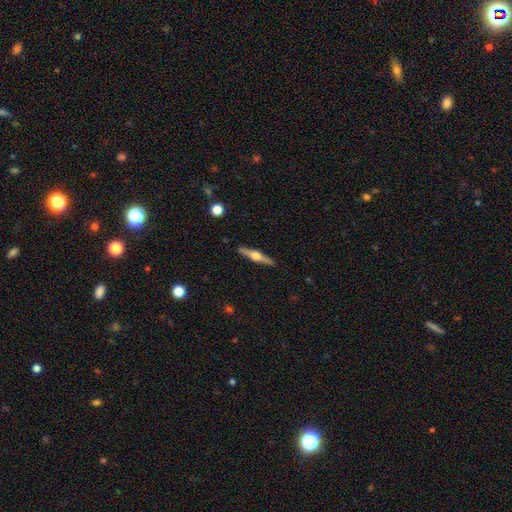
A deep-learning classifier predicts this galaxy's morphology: Smooth or featured? featured or disk (74%)
Edge-on disk? yes (98%)
Edge-on bulge? rounded (95%)
Merging? none (91%)